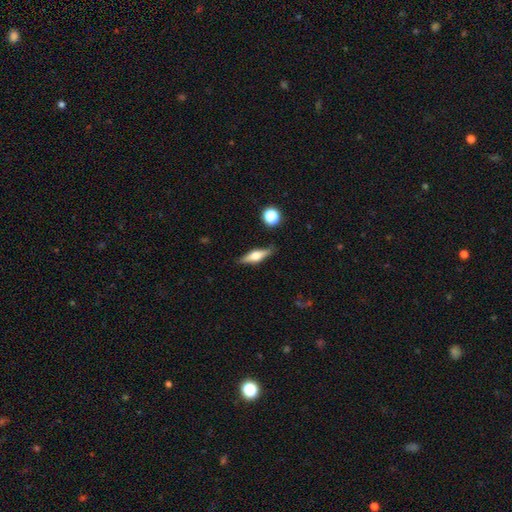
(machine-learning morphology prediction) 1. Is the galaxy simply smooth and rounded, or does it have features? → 55% featured or disk, 38% smooth, 7% star or artifact.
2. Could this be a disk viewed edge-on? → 93% yes, 7% no.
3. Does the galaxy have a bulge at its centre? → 91% rounded, 7% boxy, 2% none.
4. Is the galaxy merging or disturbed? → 83% none, 11% minor disturbance, 3% major disturbance, 2% merger.